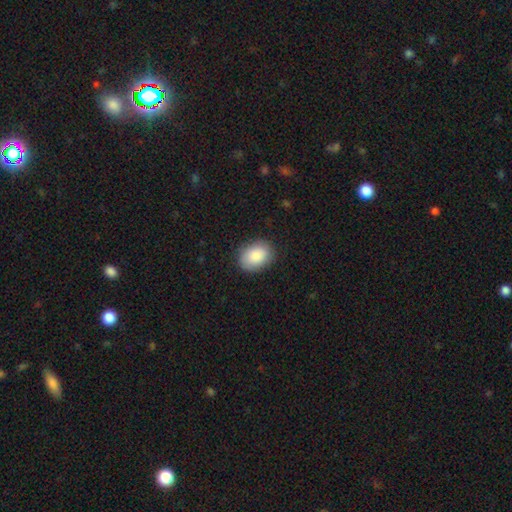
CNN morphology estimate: smooth-or-featured: smooth: 88% | star or artifact: 6% | featured or disk: 6%
  how-rounded: in between: 72% | round: 27% | cigar-shaped: 1%
  merging: none: 85% | minor disturbance: 11% | major disturbance: 3% | merger: 1%